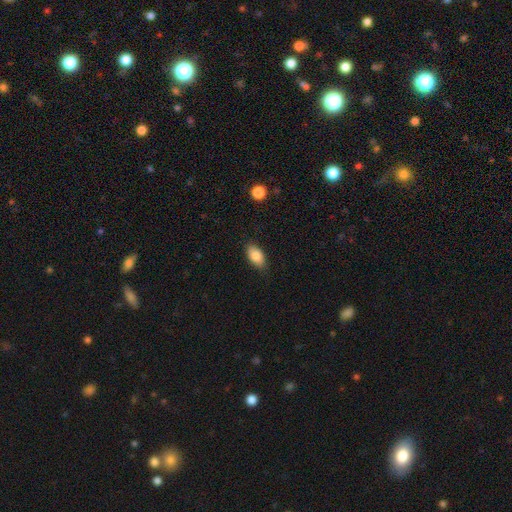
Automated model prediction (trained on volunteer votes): Overall: smooth (86%). How rounded: in between (92%). Merging: none (84%).